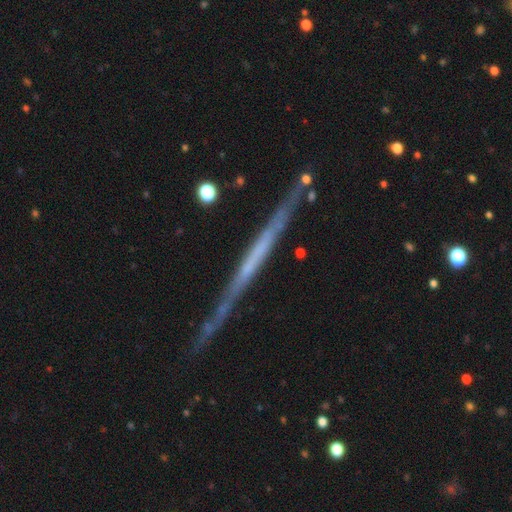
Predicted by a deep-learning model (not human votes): smooth-or-featured: featured or disk: 72% | smooth: 21% | star or artifact: 7%
  disk-edge-on: yes: 97% | no: 3%
    edge-on-bulge: none: 87% | rounded: 7% | boxy: 6%
  merging: none: 82% | minor disturbance: 13% | major disturbance: 3% | merger: 2%